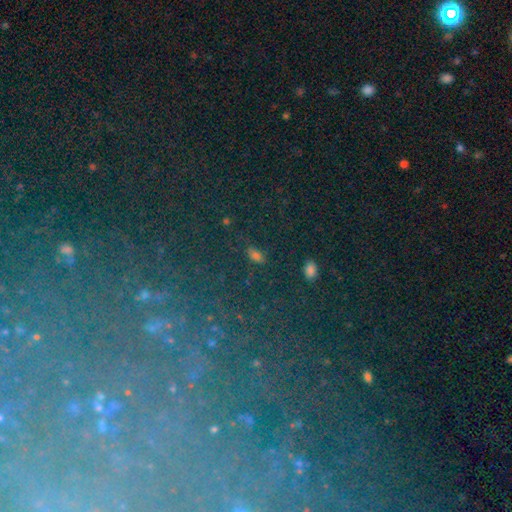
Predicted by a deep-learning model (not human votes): A star or artifact, not a galaxy (57%).